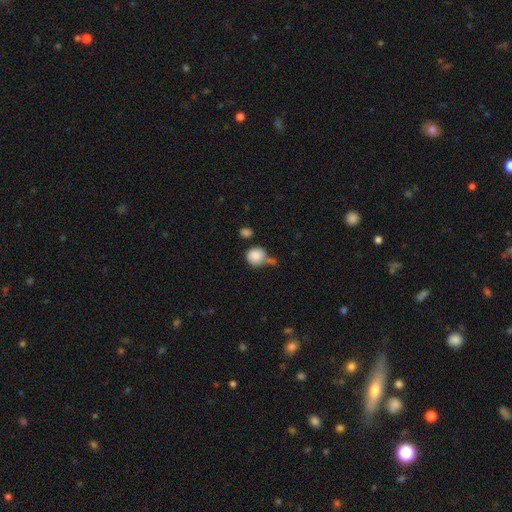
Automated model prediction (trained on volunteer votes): Smooth or featured? smooth (86%)
How rounded? round (87%)
Merging? none (47%)